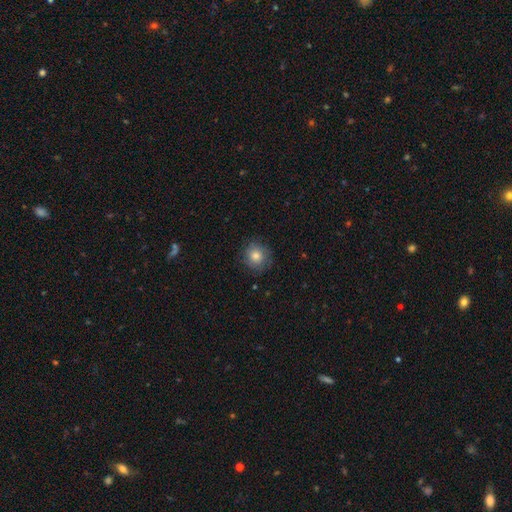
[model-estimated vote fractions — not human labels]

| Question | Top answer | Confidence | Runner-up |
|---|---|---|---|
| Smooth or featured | smooth | 72% | featured or disk (18%) |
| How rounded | round | 88% | in between (11%) |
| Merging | none | 82% | minor disturbance (13%) |